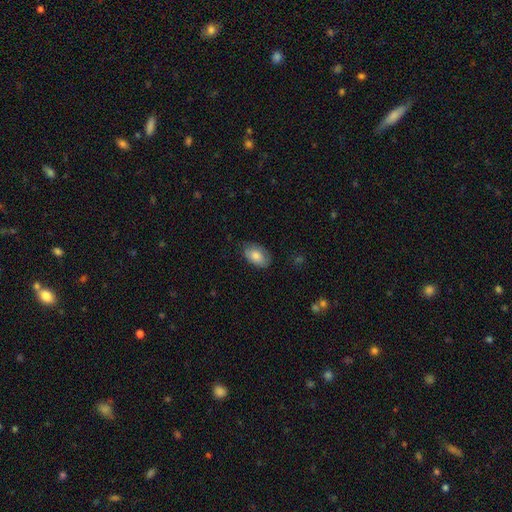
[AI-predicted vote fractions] smooth-or-featured: smooth: 81% | featured or disk: 13% | star or artifact: 6%
  how-rounded: in between: 92% | round: 7% | cigar-shaped: 1%
  merging: none: 75% | minor disturbance: 20% | major disturbance: 4% | merger: 1%